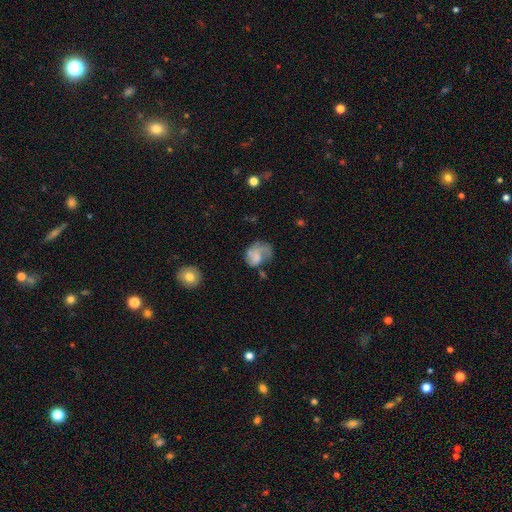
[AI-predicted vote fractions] smooth_or_featured: featured or disk (p=0.51) [alt: smooth p=0.41]
disk_edge_on: no (p=0.98) [alt: yes p=0.02]
merging: none (p=0.36) [alt: major disturbance p=0.33]